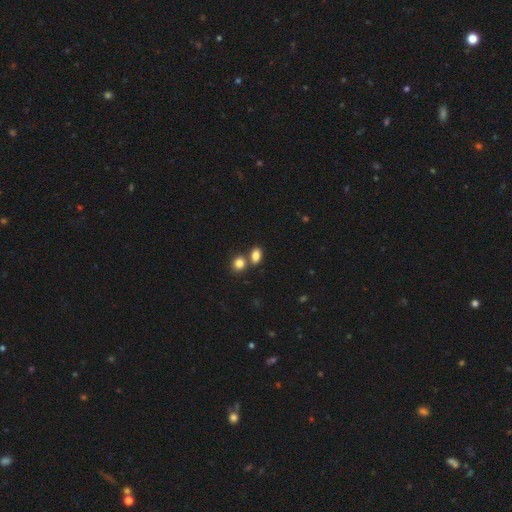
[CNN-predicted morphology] Q: Smooth or featured?
A: smooth (83%); runner-up: star or artifact (10%)
Q: How rounded?
A: in between (79%); runner-up: round (19%)
Q: Merging?
A: none (54%); runner-up: merger (33%)